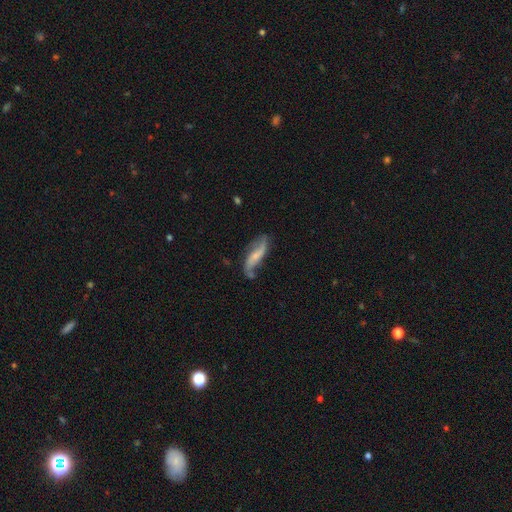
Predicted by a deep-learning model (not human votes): smooth-or-featured: featured or disk: 68% | smooth: 25% | star or artifact: 7%
  disk-edge-on: no: 84% | yes: 16%
    bar: no: 46% | weak: 34% | strong: 20%
    has-spiral-arms: yes: 90% | no: 10%
      spiral-winding: loose: 81% | medium: 13% | tight: 5%
      spiral-arm-count: 2: 89% | can't tell: 4% | 1: 4% | 3: 1% | 4: 1% | more than 4: 1%
    bulge-size: small: 55% | moderate: 25% | none: 16% | large: 3% | dominant: 1%
  merging: none: 57% | minor disturbance: 25% | major disturbance: 11% | merger: 6%